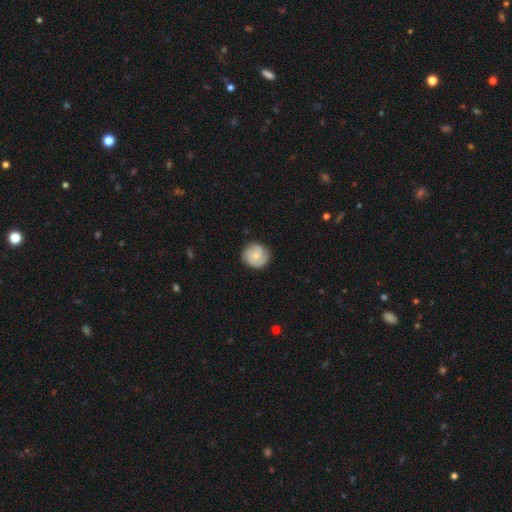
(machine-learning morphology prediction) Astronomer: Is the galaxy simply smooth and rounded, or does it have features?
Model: featured or disk — 63%.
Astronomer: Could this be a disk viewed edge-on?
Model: no — 98%.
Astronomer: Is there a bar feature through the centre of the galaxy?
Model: no — 69%.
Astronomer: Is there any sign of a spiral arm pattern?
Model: yes — 94%.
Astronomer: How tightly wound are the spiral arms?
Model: tight — 60%.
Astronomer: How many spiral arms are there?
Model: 2 — 50%.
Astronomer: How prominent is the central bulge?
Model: small — 57%.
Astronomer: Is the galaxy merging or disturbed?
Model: none — 82%.